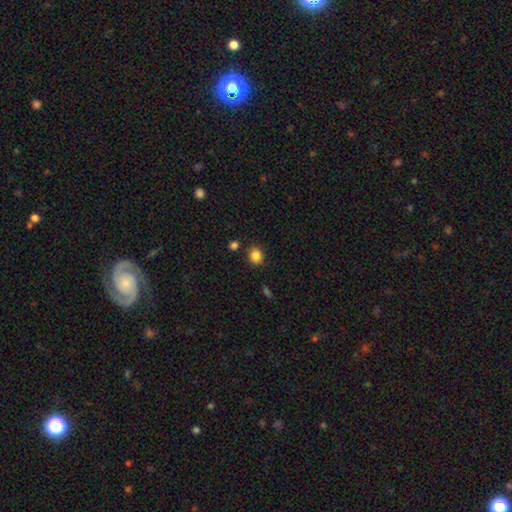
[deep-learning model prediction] Morphology: type=smooth (85%); roundness=round (76%); merging=none (84%).